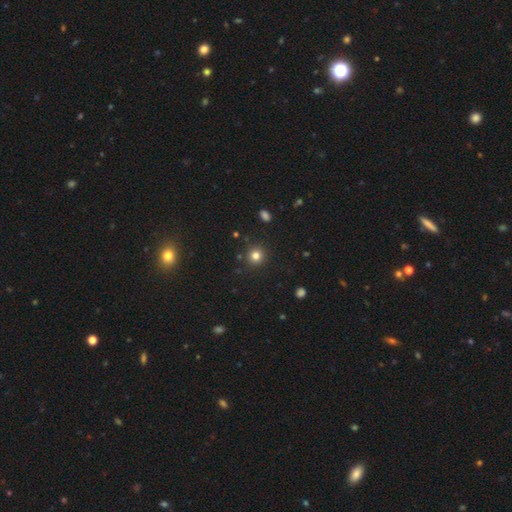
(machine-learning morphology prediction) The model was most divided on "smooth or featured": smooth: 80%, star or artifact: 14%, featured or disk: 6%. More confident: how rounded — round (93%); merging — none (89%).